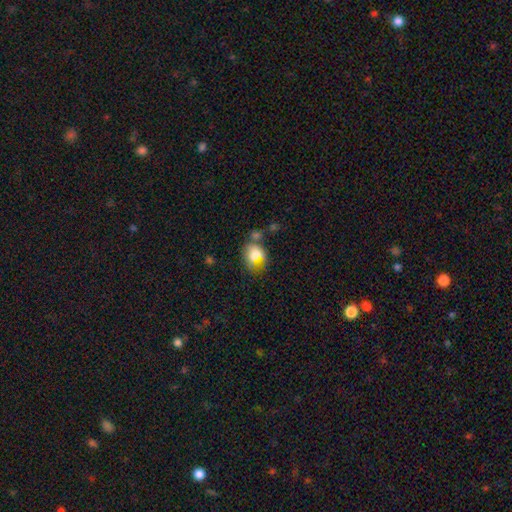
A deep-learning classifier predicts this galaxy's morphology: This appears to be a smooth galaxy with no disk features (71%) that is in between round and cigar-shaped (53%). Merging: none (48%).